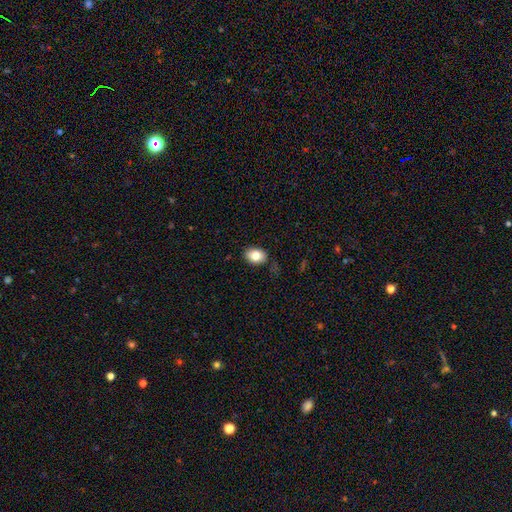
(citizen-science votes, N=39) Smooth or featured?
  - smooth: 77% *
  - featured or disk: 15%
  - star or artifact: 8%
How rounded?
  - in between: 97% *
  - round: 3%
  - cigar-shaped: 0%
Merging?
  - none: 89% *
  - minor disturbance: 11%
  - major disturbance: 0%
  - merger: 0%